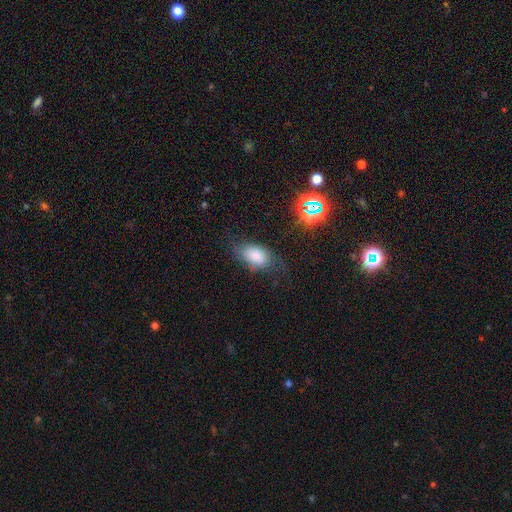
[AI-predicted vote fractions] Overall: smooth (72%). How rounded: in between (90%). Merging: none (54%; minor disturbance 27%).